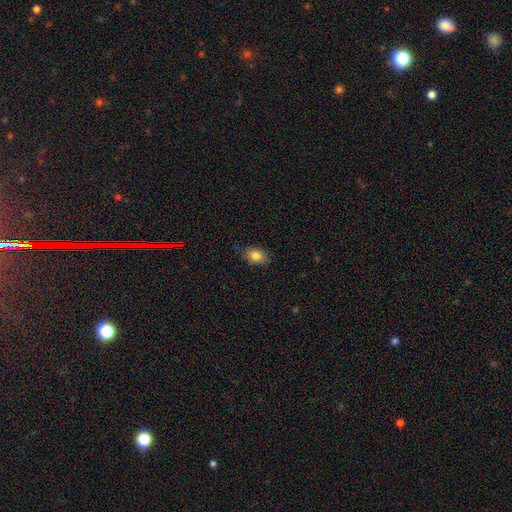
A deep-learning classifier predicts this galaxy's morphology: Q: Smooth or featured?
A: smooth (84%); runner-up: star or artifact (9%)
Q: How rounded?
A: in between (80%); runner-up: round (19%)
Q: Merging?
A: none (78%); runner-up: minor disturbance (17%)